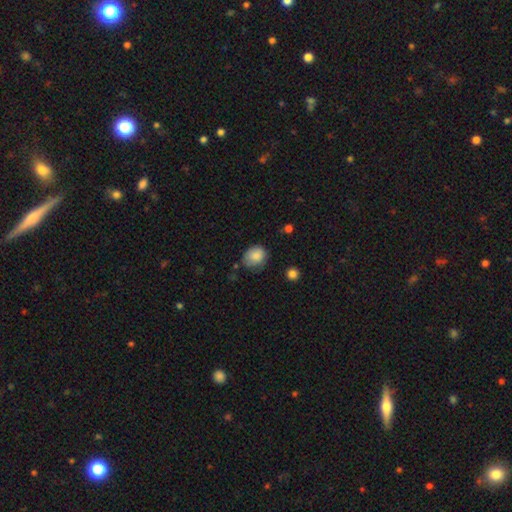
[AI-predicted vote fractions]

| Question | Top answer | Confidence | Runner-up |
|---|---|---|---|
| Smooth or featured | smooth | 85% | star or artifact (9%) |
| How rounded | round | 58% | in between (41%) |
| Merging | none | 63% | minor disturbance (28%) |